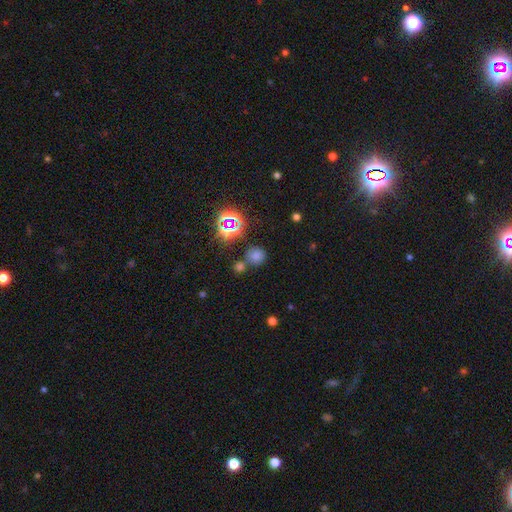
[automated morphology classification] This appears to be a smooth galaxy with no disk features (55%) that is round (89%). Merging: none (72%).